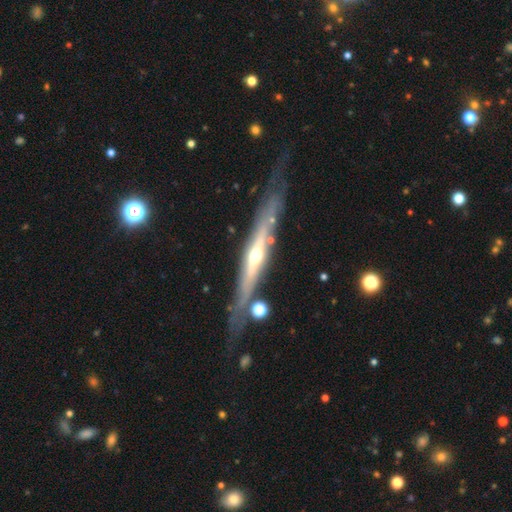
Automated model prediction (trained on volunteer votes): Smooth or featured: featured or disk — 77% (smooth — 17%)
Edge-on disk: yes — 89% (no — 11%)
Edge-on bulge: rounded — 85% (none — 11%)
Merging: none — 70% (minor disturbance — 18%)